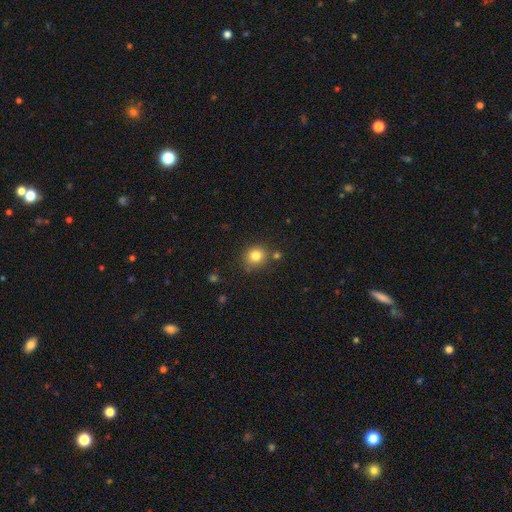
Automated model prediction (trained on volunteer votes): A smooth galaxy with no disk features (81%) that is round (84%).

Vote fractions:
- Smooth or featured? smooth: 81% / star or artifact: 12% / featured or disk: 7%
- How rounded? round: 84% / in between: 15% / cigar-shaped: 1%
- Merging? none: 78% / minor disturbance: 11% / merger: 8% / major disturbance: 3%